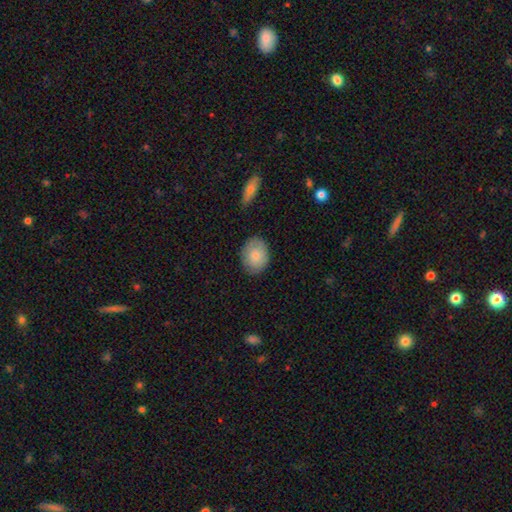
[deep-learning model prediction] smooth 79%, featured or disk 14%, star or artifact 6%. Down the decision tree: how rounded — in between (55%); merging — none (81%).